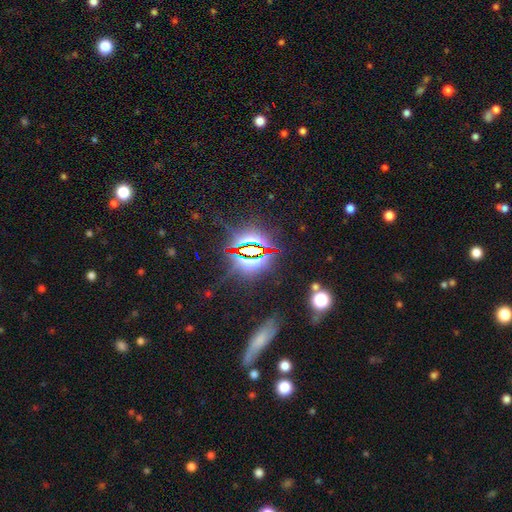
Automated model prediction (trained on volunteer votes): star or artifact 79%, smooth 12%, featured or disk 9%.